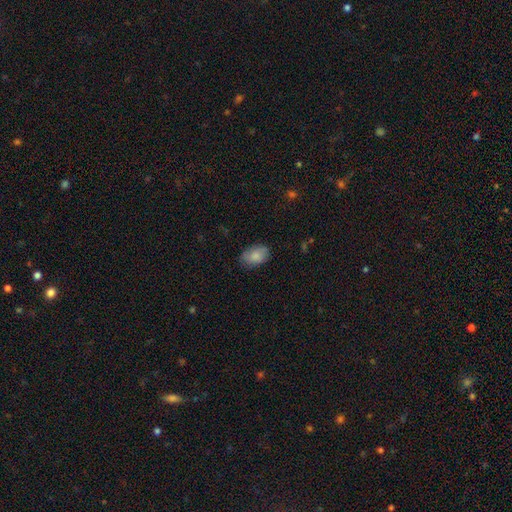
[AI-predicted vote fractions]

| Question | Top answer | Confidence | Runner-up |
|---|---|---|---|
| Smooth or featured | smooth | 84% | featured or disk (9%) |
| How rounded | in between | 88% | round (11%) |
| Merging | none | 79% | minor disturbance (16%) |